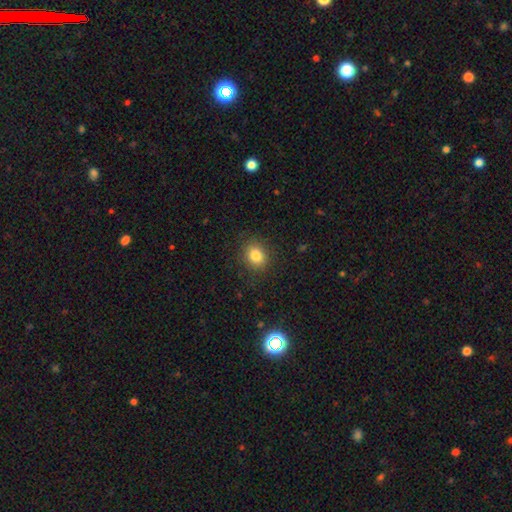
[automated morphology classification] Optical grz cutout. It shows a smooth galaxy with no disk features (82%) that is round (68%). Merging: none (88%).